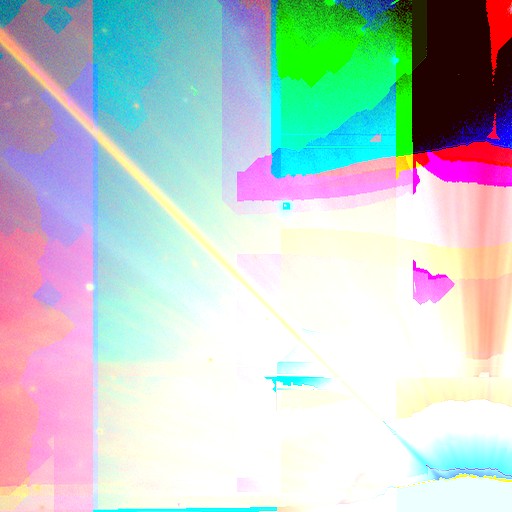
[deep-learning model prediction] A star or artifact, not a galaxy (83%).